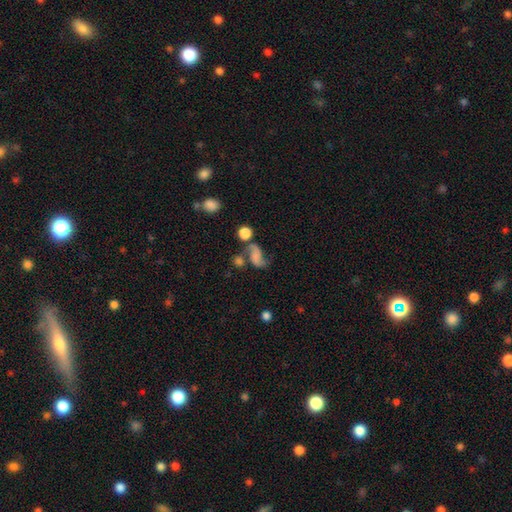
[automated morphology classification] Smooth or featured? featured or disk (51%)
Edge-on disk? no (97%)
Merging? none (38%)